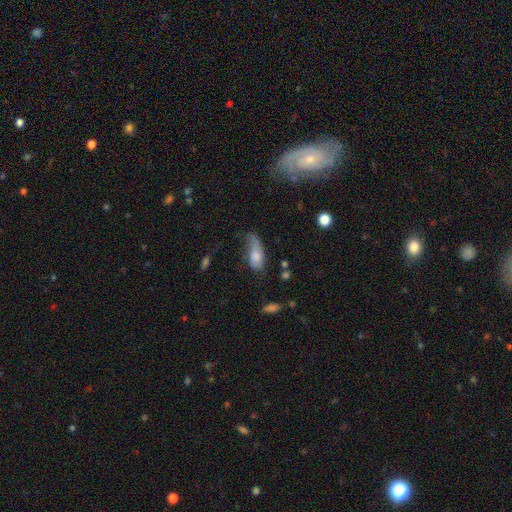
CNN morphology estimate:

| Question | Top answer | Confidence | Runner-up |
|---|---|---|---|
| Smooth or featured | smooth | 71% | featured or disk (21%) |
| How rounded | in between | 80% | cigar-shaped (16%) |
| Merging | major disturbance | 36% | minor disturbance (33%) |